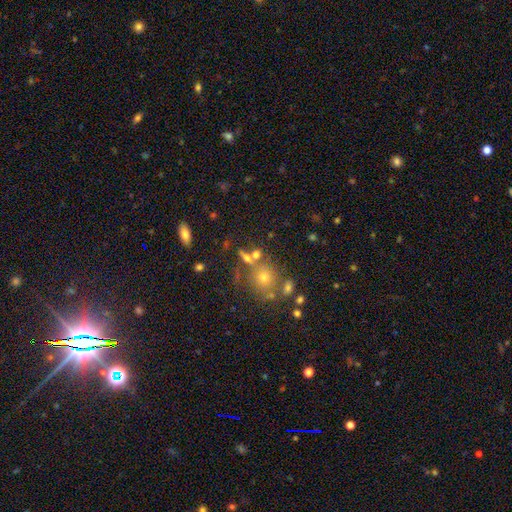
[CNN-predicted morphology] Smooth or featured?
  - smooth: 58% *
  - star or artifact: 24%
  - featured or disk: 18%
How rounded?
  - round: 73% *
  - in between: 24%
  - cigar-shaped: 3%
Merging?
  - none: 58% *
  - merger: 24%
  - minor disturbance: 12%
  - major disturbance: 6%